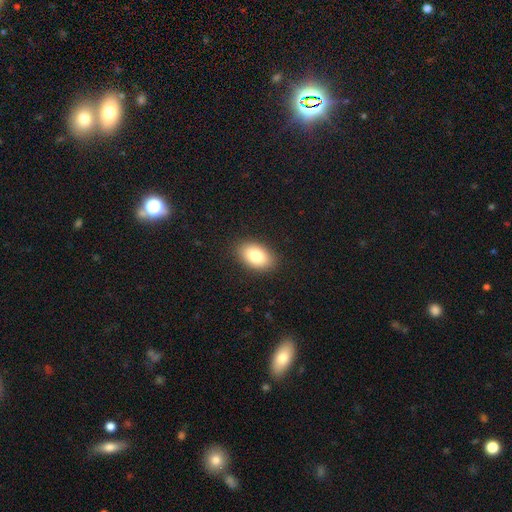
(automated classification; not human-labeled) This appears to be a smooth galaxy with no disk features (83%) that is in between round and cigar-shaped (91%). Merging: none (88%).